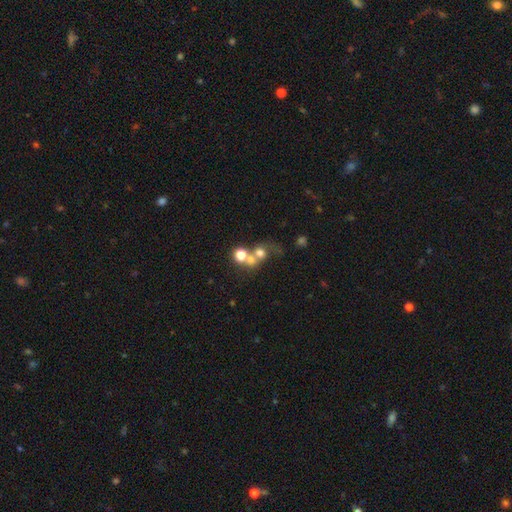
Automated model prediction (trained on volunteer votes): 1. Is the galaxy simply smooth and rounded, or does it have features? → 57% smooth, 23% featured or disk, 20% star or artifact.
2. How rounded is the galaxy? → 79% round, 20% in between, 1% cigar-shaped.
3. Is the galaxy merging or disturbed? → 53% merger, 32% none, 8% major disturbance, 7% minor disturbance.